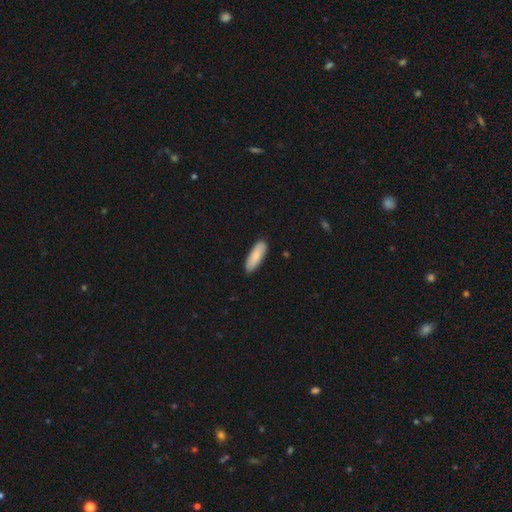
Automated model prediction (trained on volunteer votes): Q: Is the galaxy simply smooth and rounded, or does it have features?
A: smooth — 84%.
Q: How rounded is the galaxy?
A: in between — 59%.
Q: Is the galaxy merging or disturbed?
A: none — 86%.